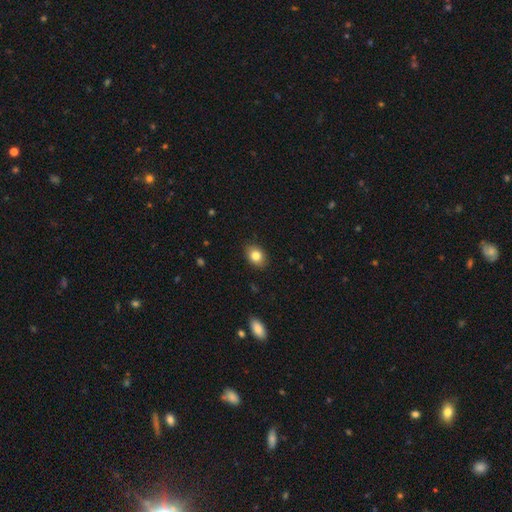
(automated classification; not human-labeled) smooth-or-featured: smooth: 83% | star or artifact: 9% | featured or disk: 9%
  how-rounded: in between: 67% | round: 32% | cigar-shaped: 1%
  merging: none: 88% | minor disturbance: 9% | major disturbance: 2% | merger: 1%